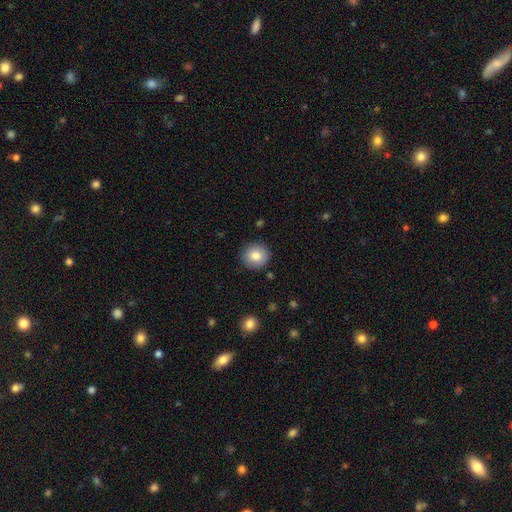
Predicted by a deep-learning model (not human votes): The model was most divided on "smooth or featured": smooth: 83%, featured or disk: 9%, star or artifact: 8%. More confident: how rounded — round (93%); merging — none (90%).